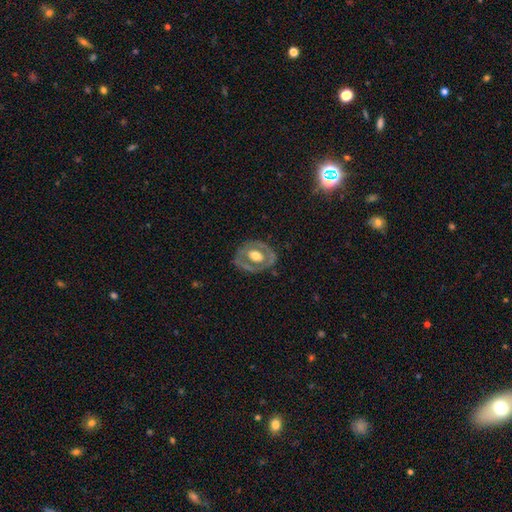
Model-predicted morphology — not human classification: Smooth or featured? featured or disk (61%)
Edge-on disk? no (94%)
Bar? no (74%)
Spiral arms? no (81%)
Bulge size? moderate (55%)
Merging? none (73%)